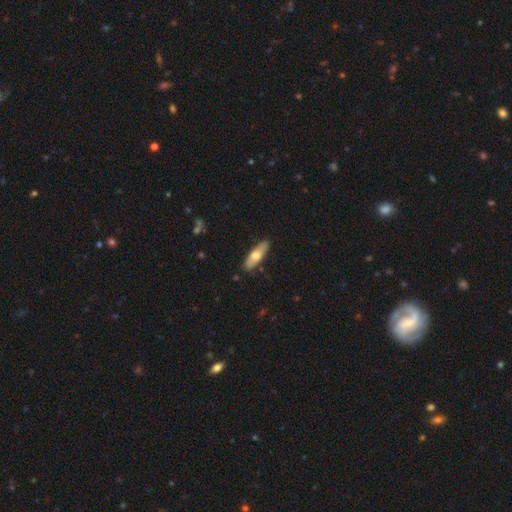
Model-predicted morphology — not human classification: smooth 63%, featured or disk 31%, star or artifact 5%. Down the decision tree: how rounded — in between (58%); merging — none (85%).